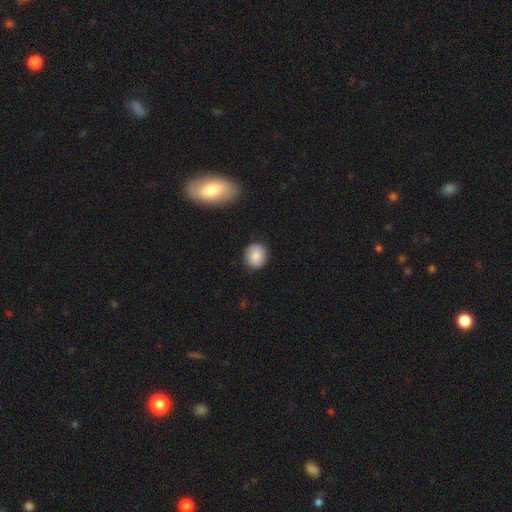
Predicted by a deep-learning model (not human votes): smooth-or-featured: smooth: 84% | featured or disk: 8% | star or artifact: 8%
  how-rounded: round: 85% | in between: 14% | cigar-shaped: 1%
  merging: none: 89% | minor disturbance: 8% | major disturbance: 2% | merger: 1%